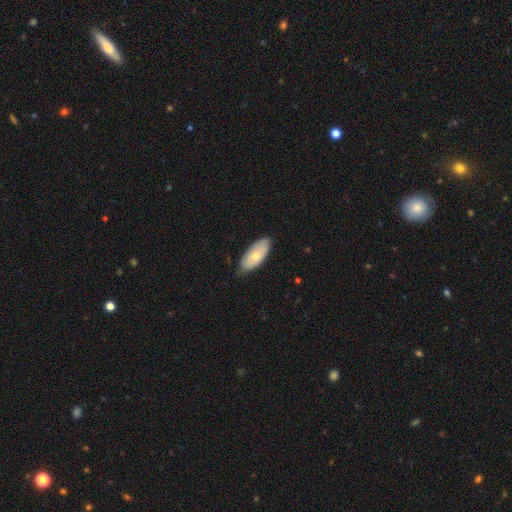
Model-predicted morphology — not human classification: Smooth or featured? Predicted: smooth (p=0.68). How rounded? Predicted: in between (p=0.90). Merging? Predicted: none (p=0.74).